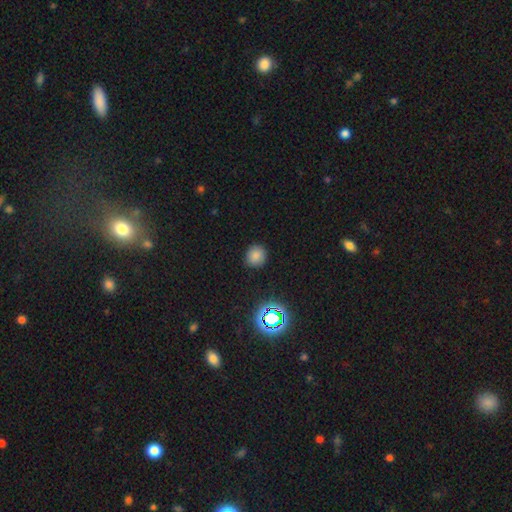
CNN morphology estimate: smooth_or_featured: smooth (p=0.78) [alt: star or artifact p=0.17]
how_rounded: round (p=0.88) [alt: in between p=0.11]
merging: none (p=0.89) [alt: minor disturbance p=0.08]